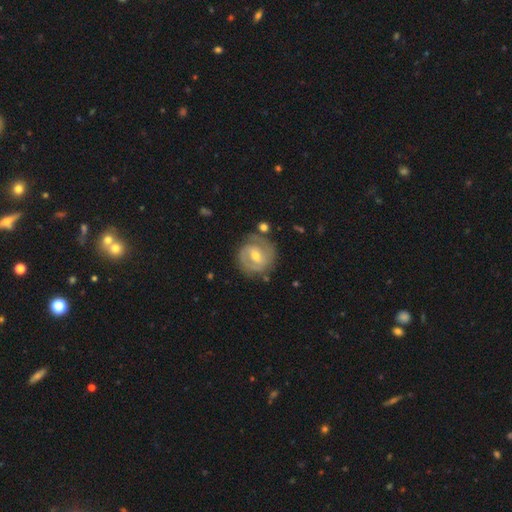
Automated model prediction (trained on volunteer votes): The model was most divided on "spiral winding": tight: 52%, medium: 37%, loose: 11%. More confident: edge-on disk — no (97%); spiral arms — yes (86%); smooth or featured — featured or disk (75%); merging — none (74%); spiral arm count — 2 (72%); bulge size — moderate (58%); bar — weak (53%).